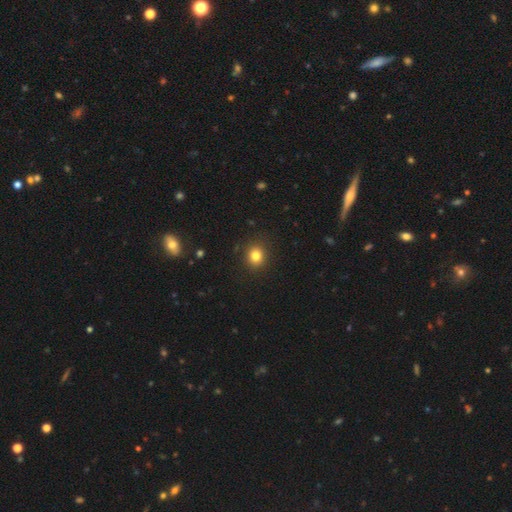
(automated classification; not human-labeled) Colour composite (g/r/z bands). It shows a smooth galaxy with no disk features (81%) that is round (81%). Merging: none (90%).